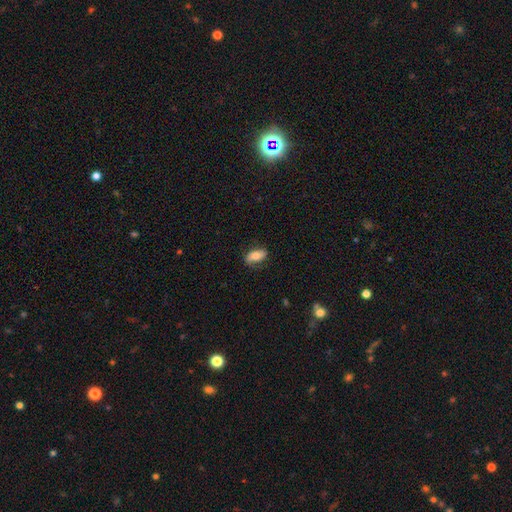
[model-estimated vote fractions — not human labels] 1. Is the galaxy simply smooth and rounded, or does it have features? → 69% smooth, 24% featured or disk, 7% star or artifact.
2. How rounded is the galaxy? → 85% in between, 11% cigar-shaped, 4% round.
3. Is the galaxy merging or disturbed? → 76% none, 18% minor disturbance, 5% major disturbance, 1% merger.